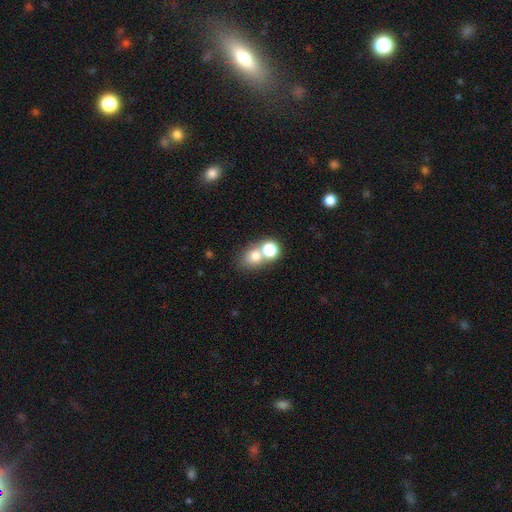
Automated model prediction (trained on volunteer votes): Smooth or featured? Predicted: smooth (p=0.71). How rounded? Predicted: round (p=0.65). Merging? Predicted: merger (p=0.46).